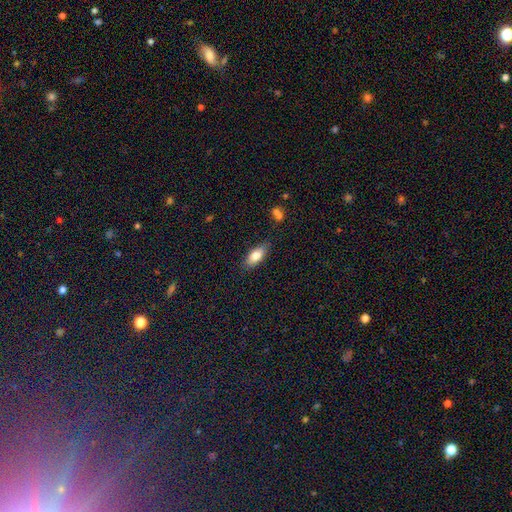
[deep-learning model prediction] Overall: smooth (80%). How rounded: in between (83%). Merging: none (81%).